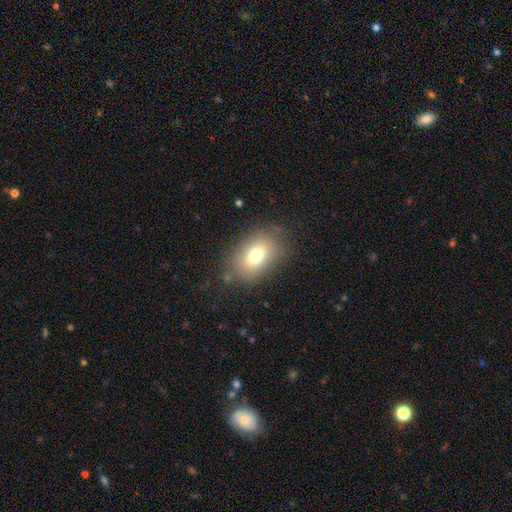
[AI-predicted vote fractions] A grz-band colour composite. It shows a smooth galaxy with no disk features (75%) that is in between round and cigar-shaped (86%). Merging: none (79%).